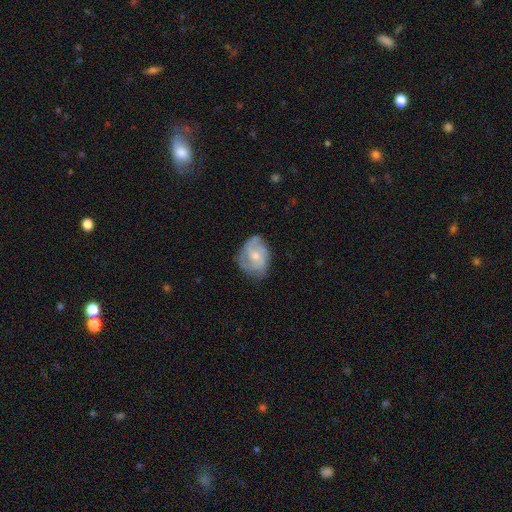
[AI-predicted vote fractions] Smooth or featured? featured or disk (63%)
Edge-on disk? no (97%)
Bar? no (73%)
Spiral arms? yes (83%)
Spiral winding? tight (42%, tied with medium)
Spiral arm count? 2 (30%)
Bulge size? small (48%)
Merging? none (62%)